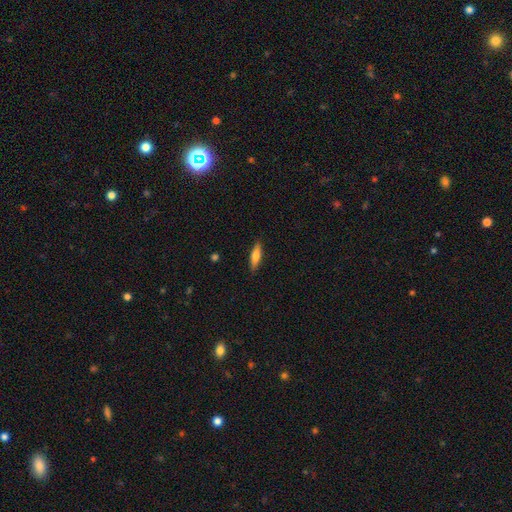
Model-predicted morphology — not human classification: Smooth or featured?
  - smooth: 72% *
  - featured or disk: 22%
  - star or artifact: 6%
How rounded?
  - cigar-shaped: 59% *
  - in between: 39%
  - round: 2%
Merging?
  - none: 87% *
  - minor disturbance: 10%
  - major disturbance: 2%
  - merger: 1%